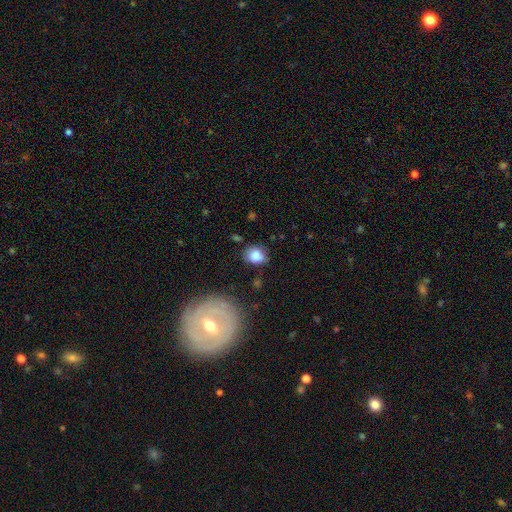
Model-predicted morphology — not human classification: Smooth or featured? Predicted: smooth (p=0.81). How rounded? Predicted: round (p=0.54). Merging? Predicted: none (p=0.66).